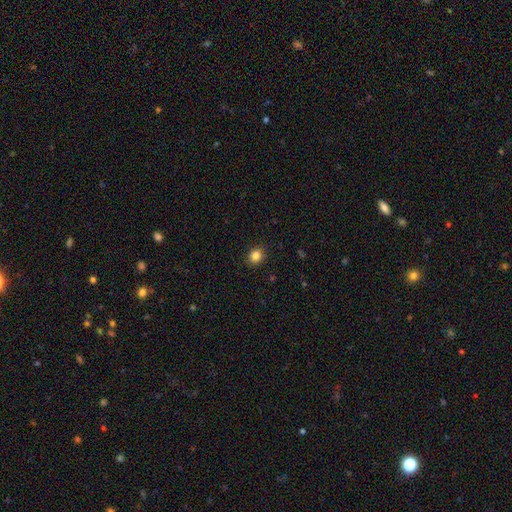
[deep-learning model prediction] smooth 84%, star or artifact 11%, featured or disk 5%. Down the decision tree: how rounded — round (61%); merging — none (89%).